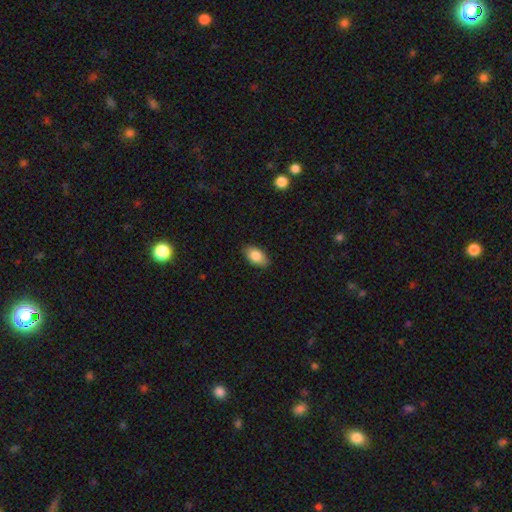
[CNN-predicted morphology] A smooth galaxy with no disk features (84%) that is in between round and cigar-shaped (92%).

Vote fractions:
- Smooth or featured? smooth: 84% / featured or disk: 9% / star or artifact: 7%
- How rounded? in between: 92% / round: 6% / cigar-shaped: 2%
- Merging? none: 86% / minor disturbance: 11% / major disturbance: 2% / merger: 1%